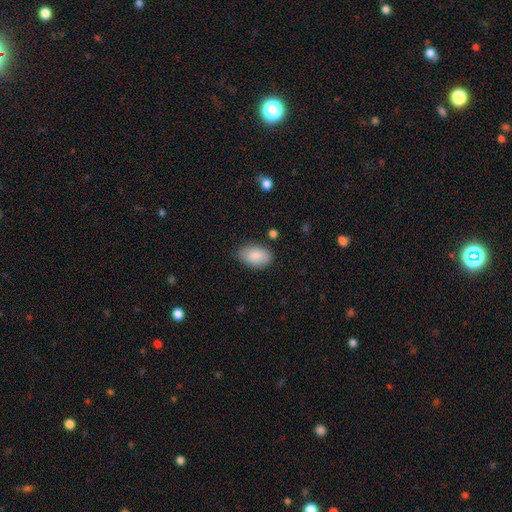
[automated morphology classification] smooth 86%, featured or disk 8%, star or artifact 6%. Down the decision tree: how rounded — in between (93%); merging — none (82%).